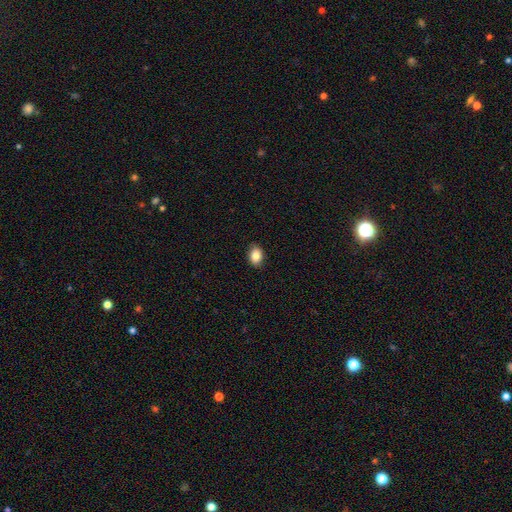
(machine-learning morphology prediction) A smooth galaxy with no disk features (85%) that is in between round and cigar-shaped (78%). Merging: none (88%).